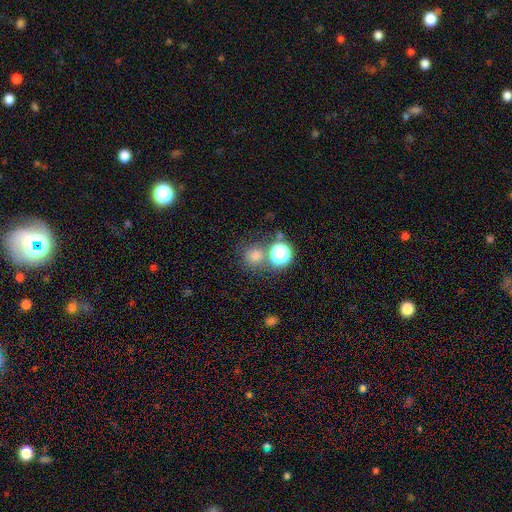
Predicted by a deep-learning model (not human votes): Smooth or featured: smooth — 70% (star or artifact — 22%)
How rounded: round — 89% (in between — 10%)
Merging: none — 69% (merger — 19%)